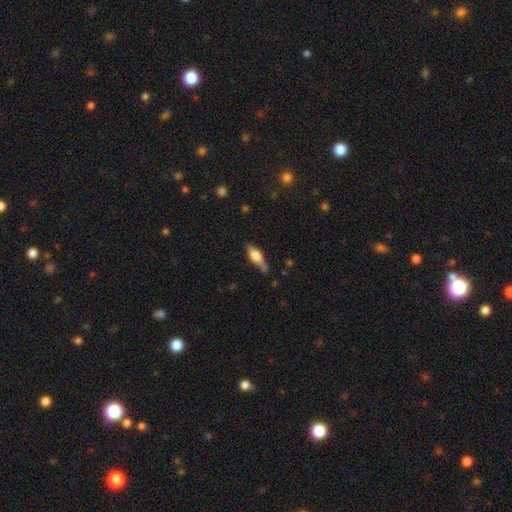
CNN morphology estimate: Smooth or featured? Predicted: smooth (p=0.56). How rounded? Predicted: in between (p=0.67). Merging? Predicted: none (p=0.67).